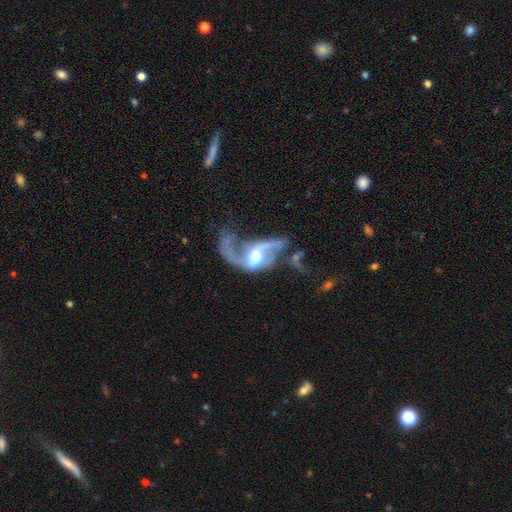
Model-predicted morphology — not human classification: Smooth or featured?
  - featured or disk: 84% *
  - smooth: 10%
  - star or artifact: 6%
Edge-on disk?
  - no: 96% *
  - yes: 4%
Bar?
  - no: 45% *
  - weak: 39%
  - strong: 16%
Spiral arms?
  - yes: 91% *
  - no: 9%
Spiral winding?
  - loose: 69% *
  - medium: 26%
  - tight: 5%
Spiral arm count?
  - 2: 79% *
  - 1: 9%
  - can't tell: 6%
  - 3: 4%
  - 4: 2%
  - more than 4: 2%
Bulge size?
  - moderate: 55% *
  - large: 31%
  - small: 9%
  - dominant: 3%
  - none: 2%
Merging?
  - major disturbance: 39% *
  - none: 29%
  - merger: 16%
  - minor disturbance: 16%